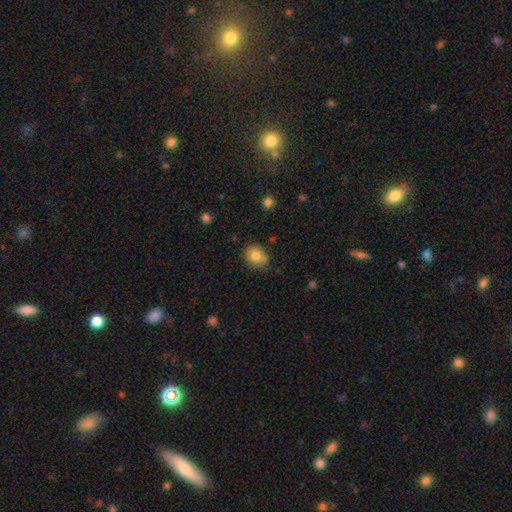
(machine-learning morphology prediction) type=smooth (82%); roundness=round (62%); merging=none (75%).